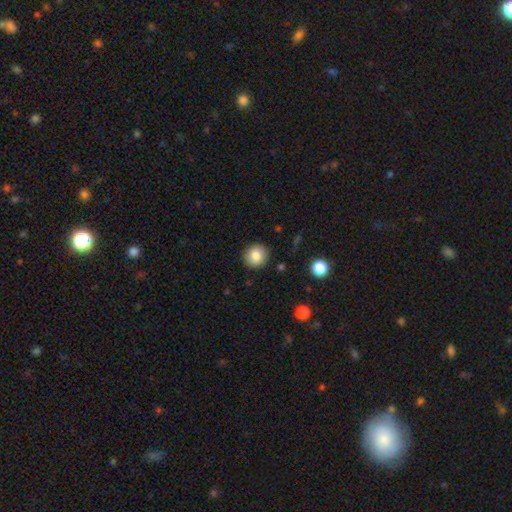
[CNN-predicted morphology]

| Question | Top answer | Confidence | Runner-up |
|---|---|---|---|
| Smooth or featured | smooth | 84% | star or artifact (9%) |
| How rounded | round | 87% | in between (12%) |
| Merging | none | 89% | minor disturbance (7%) |